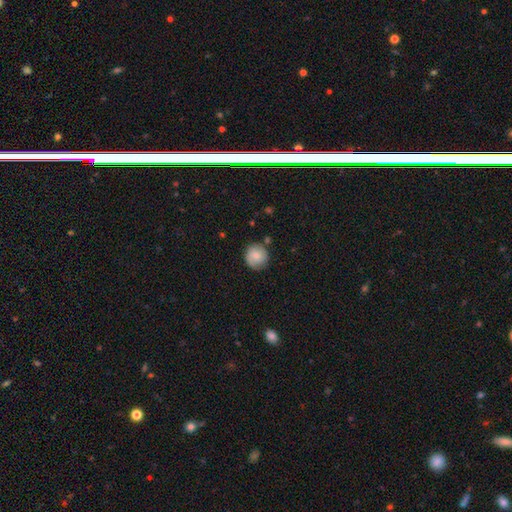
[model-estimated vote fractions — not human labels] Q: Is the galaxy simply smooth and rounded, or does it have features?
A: smooth — 77%.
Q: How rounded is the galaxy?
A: round — 93%.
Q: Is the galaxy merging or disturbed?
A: none — 80%.